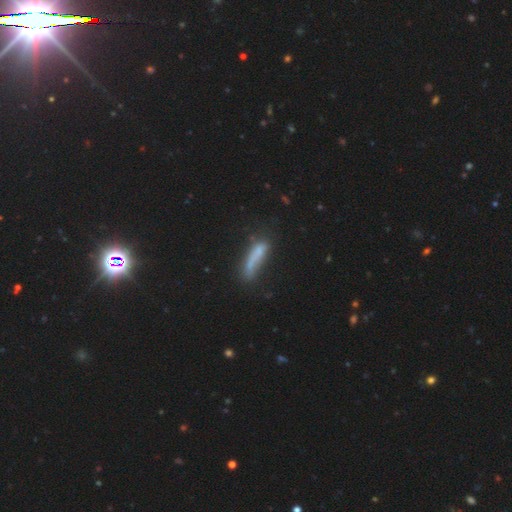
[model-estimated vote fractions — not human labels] smooth_or_featured: smooth (p=0.62) [alt: featured or disk p=0.27]
how_rounded: cigar-shaped (p=0.78) [alt: in between p=0.20]
merging: none (p=0.46) [alt: minor disturbance p=0.26]